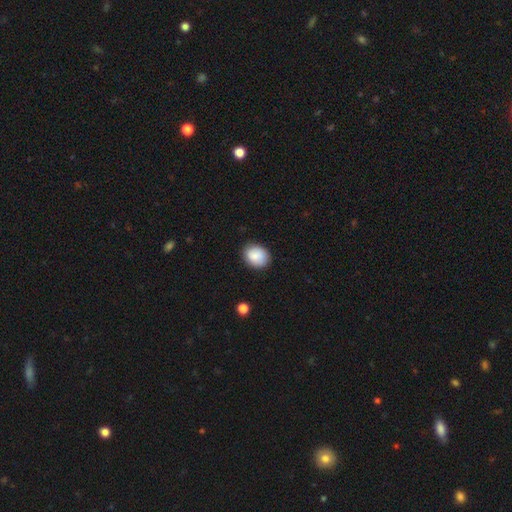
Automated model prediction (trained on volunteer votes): Morphology: type=smooth (87%); roundness=round (54%); merging=none (86%).